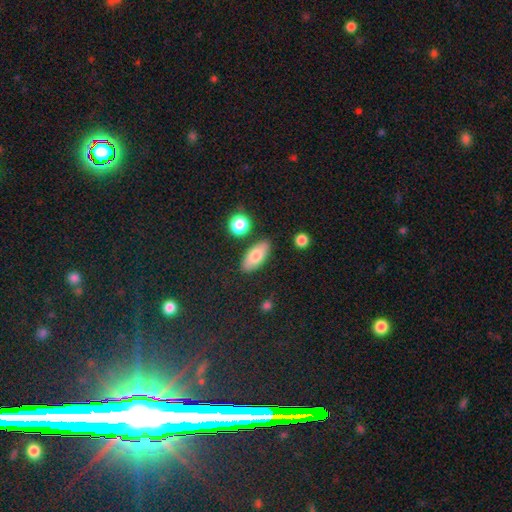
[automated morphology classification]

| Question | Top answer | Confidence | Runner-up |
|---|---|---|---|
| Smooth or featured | smooth | 77% | featured or disk (16%) |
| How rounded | in between | 83% | cigar-shaped (13%) |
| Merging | none | 83% | minor disturbance (10%) |